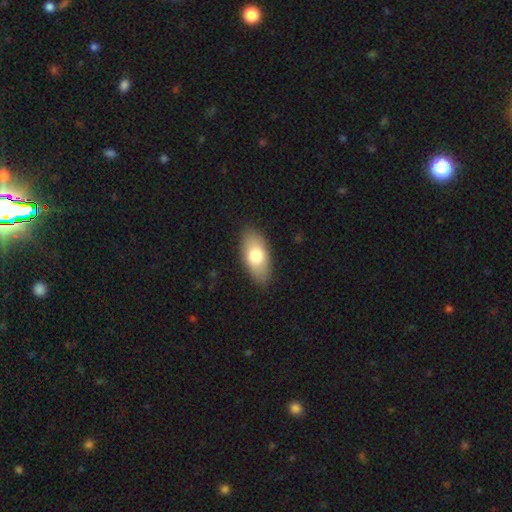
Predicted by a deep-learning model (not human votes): Smooth or featured? smooth (74%)
How rounded? in between (90%)
Merging? none (85%)